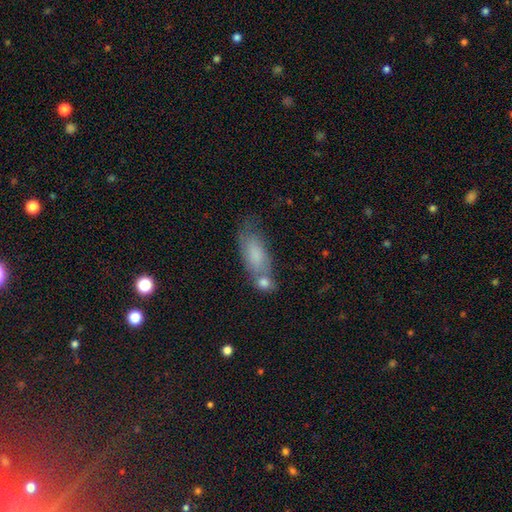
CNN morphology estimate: The model was most divided on "merging": none: 46%, minor disturbance: 23%, merger: 22%, major disturbance: 10%. More confident: how rounded — in between (73%); smooth or featured — smooth (71%).